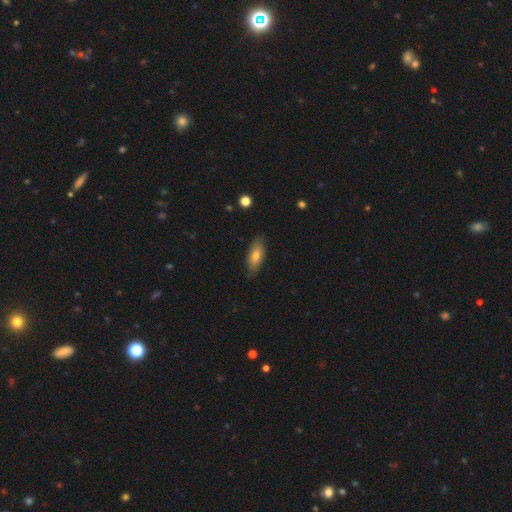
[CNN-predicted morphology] A smooth galaxy with no disk features (68%) that is in between round and cigar-shaped (69%). Merging: none (86%).